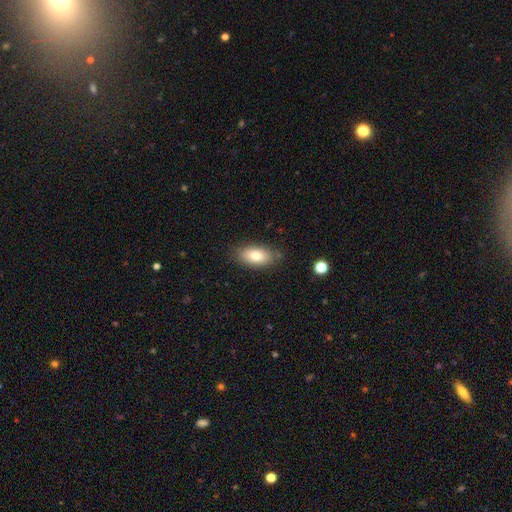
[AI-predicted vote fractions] smooth_or_featured: smooth (p=0.77) [alt: featured or disk p=0.15]
how_rounded: in between (p=0.90) [alt: cigar-shaped p=0.05]
merging: none (p=0.82) [alt: minor disturbance p=0.14]